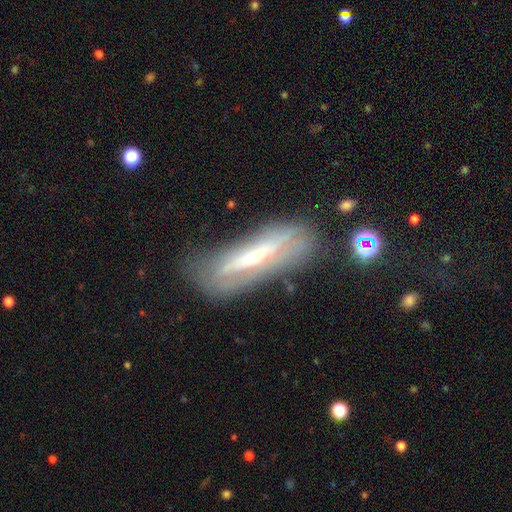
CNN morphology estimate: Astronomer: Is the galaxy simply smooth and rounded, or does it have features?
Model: featured or disk — 61%.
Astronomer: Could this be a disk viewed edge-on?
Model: yes — 52% (runner-up: no, 48%).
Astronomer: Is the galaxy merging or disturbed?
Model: none — 66%.